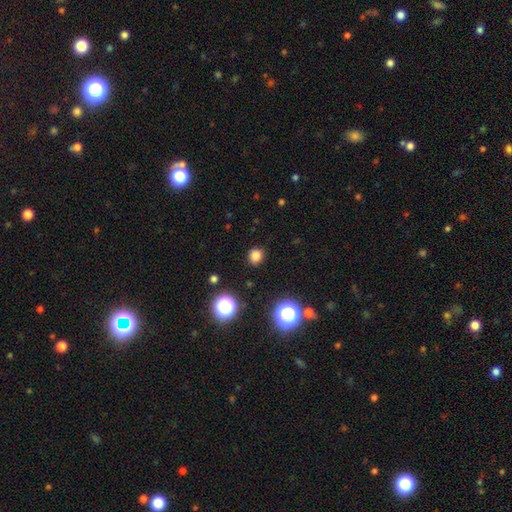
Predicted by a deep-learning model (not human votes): smooth-or-featured: smooth: 79% | star or artifact: 17% | featured or disk: 4%
  how-rounded: round: 79% | in between: 20% | cigar-shaped: 1%
  merging: none: 87% | minor disturbance: 8% | major disturbance: 3% | merger: 2%